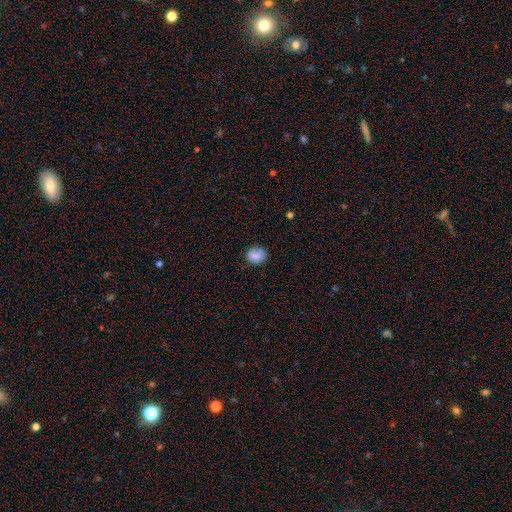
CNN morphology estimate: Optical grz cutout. It shows a smooth galaxy with no disk features (80%) that is round (70%). Merging: none (71%).